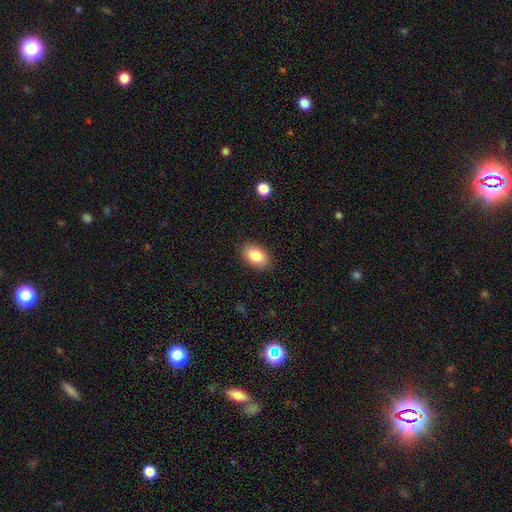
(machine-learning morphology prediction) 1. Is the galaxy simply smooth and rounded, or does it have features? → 86% smooth, 7% featured or disk, 7% star or artifact.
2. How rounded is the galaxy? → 90% in between, 8% round, 1% cigar-shaped.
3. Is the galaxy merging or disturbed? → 88% none, 9% minor disturbance, 2% major disturbance, 1% merger.